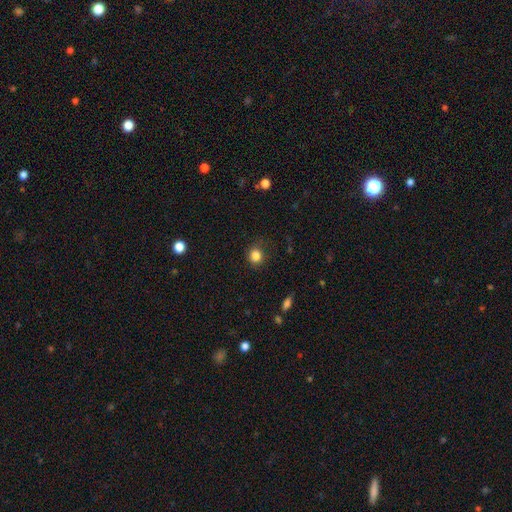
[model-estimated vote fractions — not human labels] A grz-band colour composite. It shows a smooth galaxy with no disk features (84%) that is round (82%). Merging: none (80%).